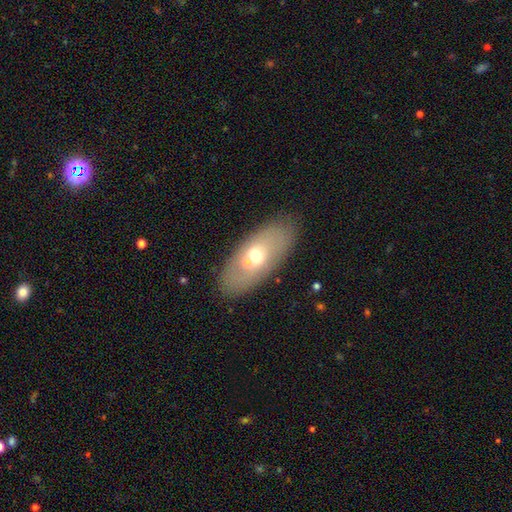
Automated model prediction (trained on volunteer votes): Overall: smooth (51%; featured or disk 38%). How rounded: in between (82%). Merging: none (84%).